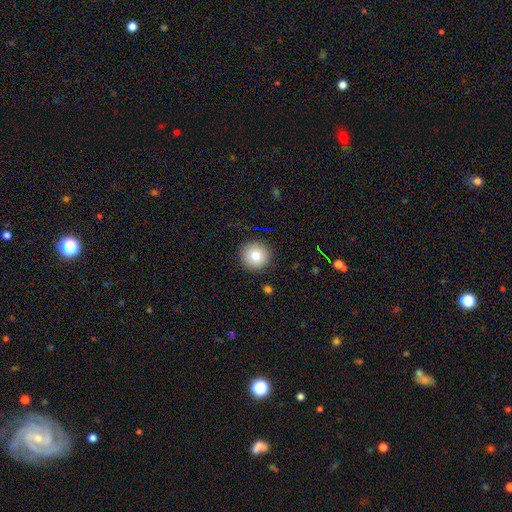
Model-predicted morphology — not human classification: The model was most divided on "smooth or featured": smooth: 79%, featured or disk: 10%, star or artifact: 10%. More confident: how rounded — round (96%); merging — none (90%).